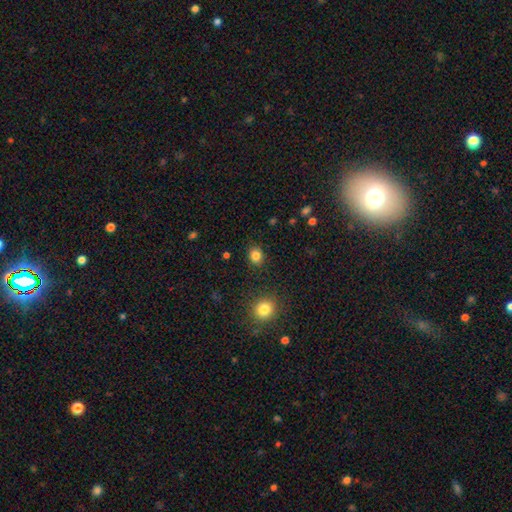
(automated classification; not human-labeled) Smooth or featured: smooth — 84% (star or artifact — 11%)
How rounded: round — 66% (in between — 34%)
Merging: none — 88% (minor disturbance — 8%)